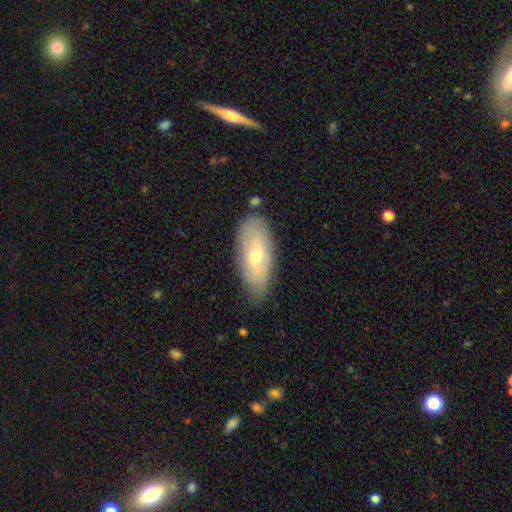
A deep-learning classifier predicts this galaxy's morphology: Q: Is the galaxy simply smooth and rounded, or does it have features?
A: smooth — 50%.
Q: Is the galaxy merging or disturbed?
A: none — 72%.